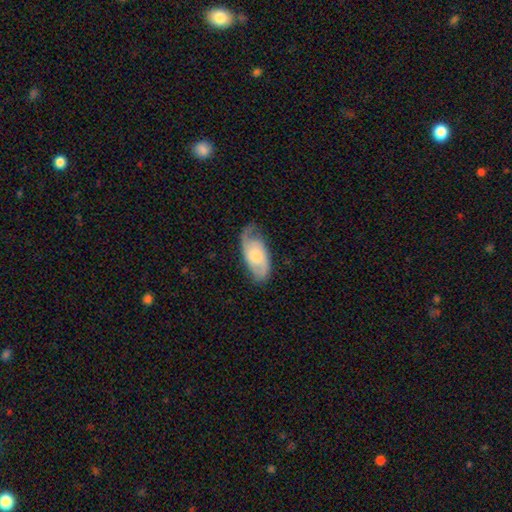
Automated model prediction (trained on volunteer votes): featured or disk 58%, smooth 37%, star or artifact 6%. Down the decision tree: edge-on disk — no (92%); bar — no (69%); spiral arms — yes (88%); bulge size — moderate (47%); merging — none (60%).